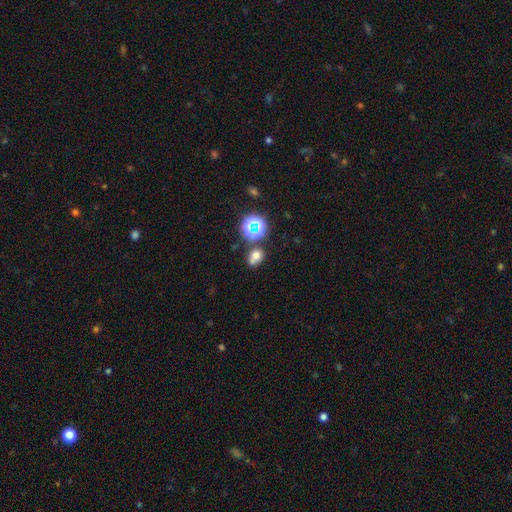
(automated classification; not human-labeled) Morphology: type=smooth (66%); roundness=round (55%); merging=none (51%).